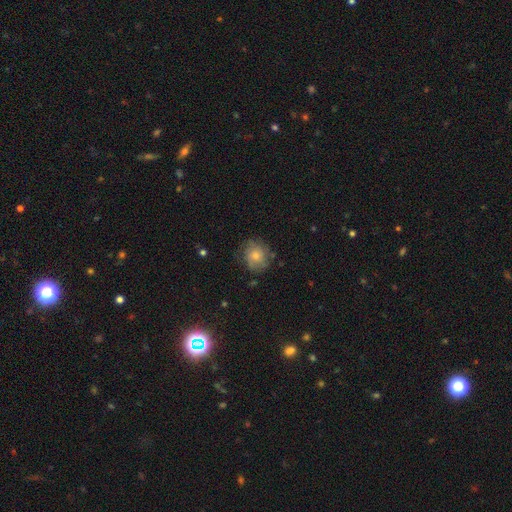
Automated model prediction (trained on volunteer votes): smooth 67%, featured or disk 24%, star or artifact 9%. Down the decision tree: how rounded — round (81%); merging — none (69%).